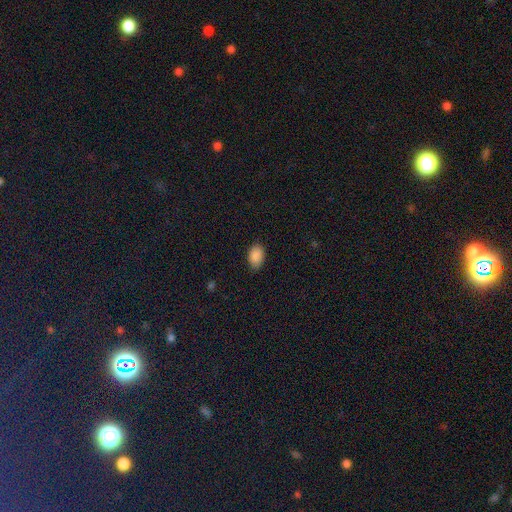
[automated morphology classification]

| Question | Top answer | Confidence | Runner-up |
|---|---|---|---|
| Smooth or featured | smooth | 89% | star or artifact (8%) |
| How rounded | in between | 88% | round (11%) |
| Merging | none | 81% | minor disturbance (15%) |